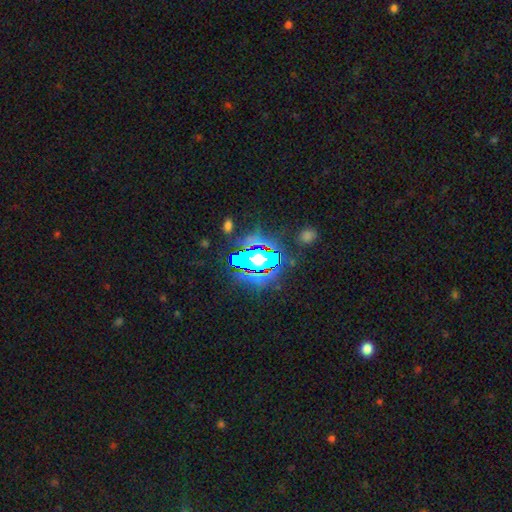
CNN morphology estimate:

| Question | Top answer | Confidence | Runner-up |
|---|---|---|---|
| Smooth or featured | star or artifact | 82% | smooth (10%) |